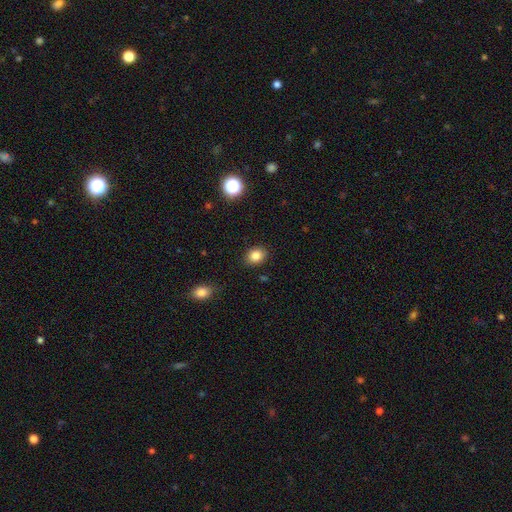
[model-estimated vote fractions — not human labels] This is clearly a smooth galaxy (84%). How rounded: possibly round (50%). Merging: clearly none (88%).